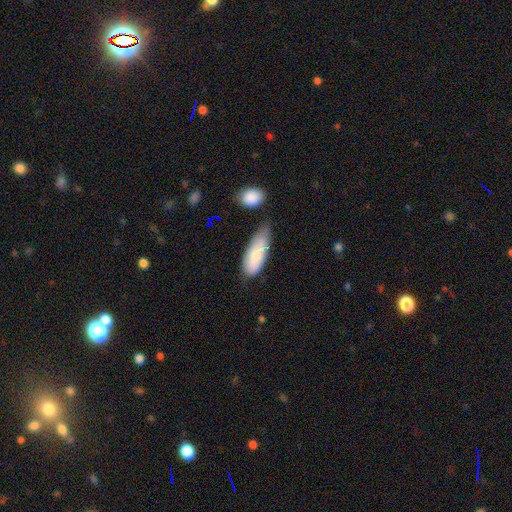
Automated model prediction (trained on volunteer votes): Smooth or featured? Predicted: smooth (p=0.72). How rounded? Predicted: in between (p=0.75). Merging? Predicted: none (p=0.42).